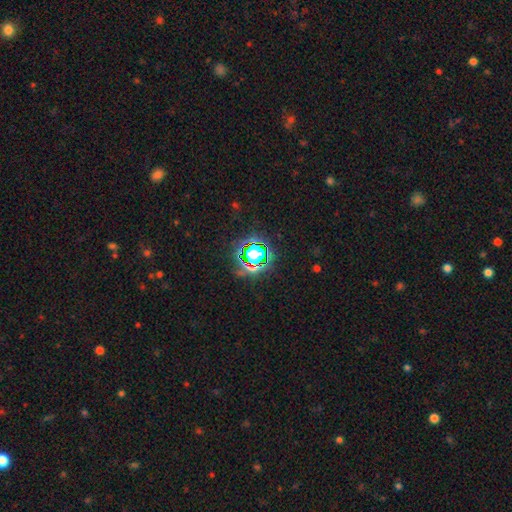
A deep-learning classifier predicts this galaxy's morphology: smooth-or-featured: star or artifact: 69% | smooth: 20% | featured or disk: 11%